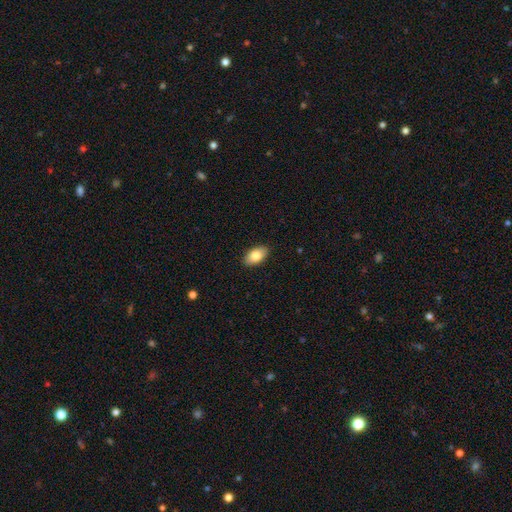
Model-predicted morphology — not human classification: Smooth or featured?
  - smooth: 82% *
  - featured or disk: 12%
  - star or artifact: 7%
How rounded?
  - in between: 93% *
  - round: 5%
  - cigar-shaped: 2%
Merging?
  - none: 89% *
  - minor disturbance: 8%
  - major disturbance: 2%
  - merger: 1%